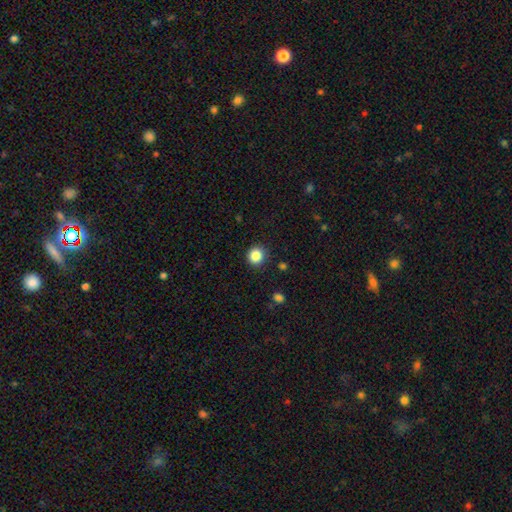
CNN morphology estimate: Smooth or featured? Predicted: smooth (p=0.86). How rounded? Predicted: round (p=0.93). Merging? Predicted: none (p=0.90).